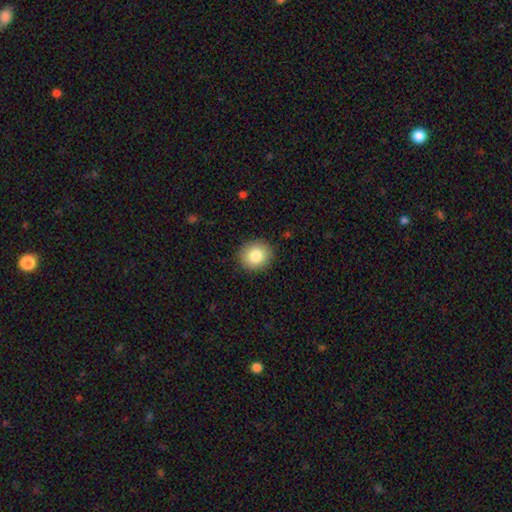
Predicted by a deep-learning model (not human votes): A smooth galaxy with no disk features (83%) that is round (85%).

Vote fractions:
- Smooth or featured? smooth: 83% / star or artifact: 9% / featured or disk: 8%
- How rounded? round: 85% / in between: 14% / cigar-shaped: 1%
- Merging? none: 91% / minor disturbance: 6% / major disturbance: 2% / merger: 1%